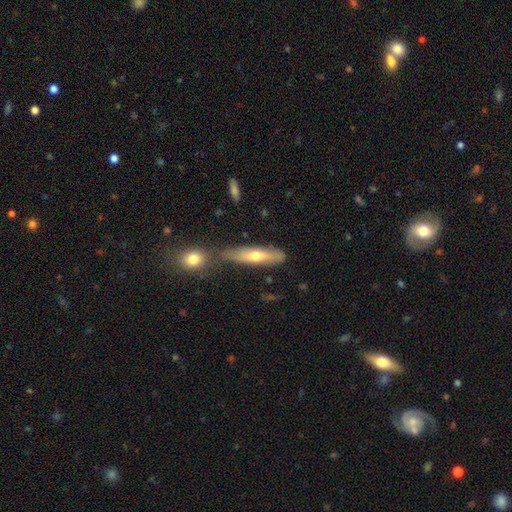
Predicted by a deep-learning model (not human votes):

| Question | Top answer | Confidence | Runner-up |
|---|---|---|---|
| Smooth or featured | smooth | 48% | featured or disk (45%) |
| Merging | none | 61% | minor disturbance (18%) |